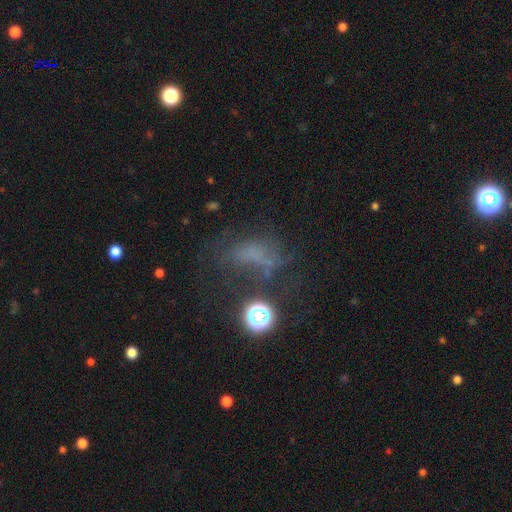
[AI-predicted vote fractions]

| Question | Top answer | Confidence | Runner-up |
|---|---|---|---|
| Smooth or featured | smooth | 39% | star or artifact (34%) |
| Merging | none | 36% | tied: major disturbance (36%) |